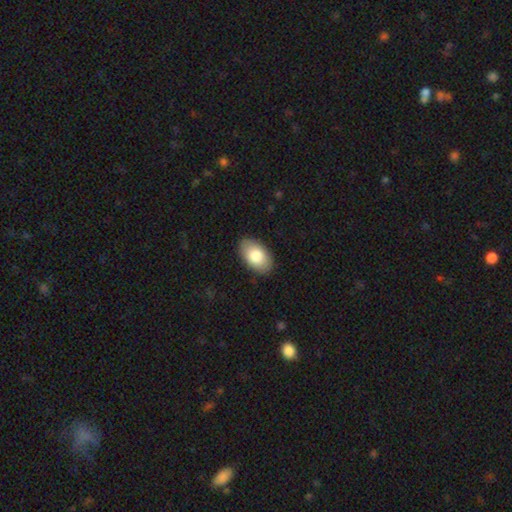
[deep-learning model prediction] Smooth or featured? Predicted: smooth (p=0.81). How rounded? Predicted: in between (p=0.94). Merging? Predicted: none (p=0.88).